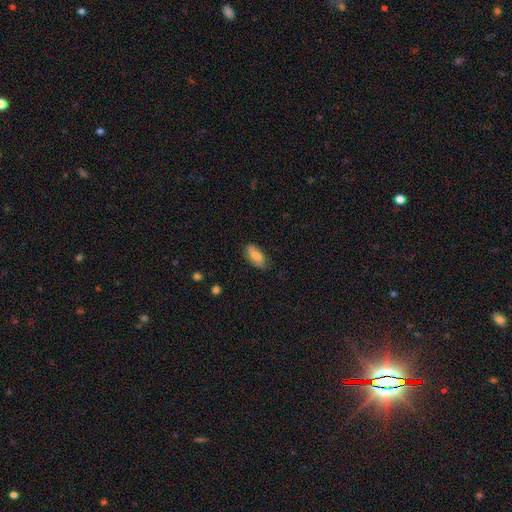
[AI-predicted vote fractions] smooth 71%, featured or disk 22%, star or artifact 7%. Down the decision tree: how rounded — in between (86%); merging — none (72%).